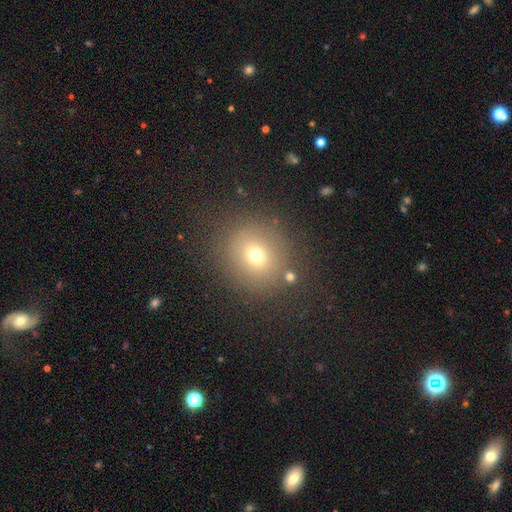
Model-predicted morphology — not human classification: Overall: smooth (67%). How rounded: round (84%). Merging: none (82%).